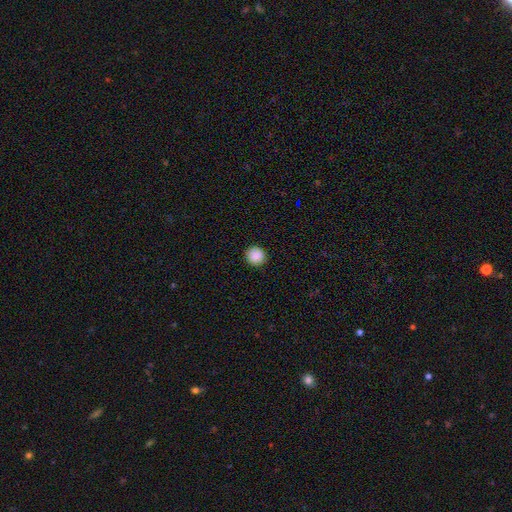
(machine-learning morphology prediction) Smooth or featured? smooth (89%)
How rounded? round (93%)
Merging? none (92%)